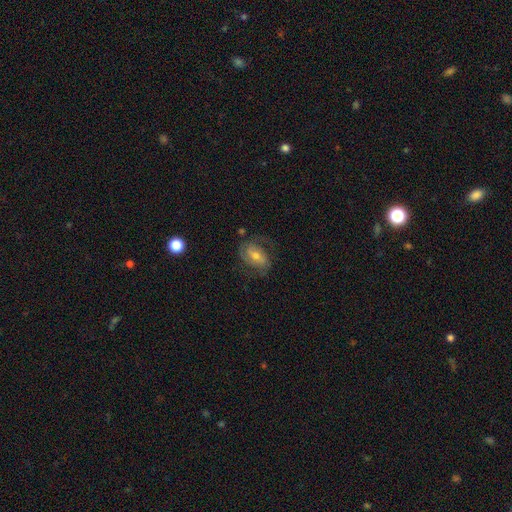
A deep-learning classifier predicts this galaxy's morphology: smooth-or-featured: featured or disk: 72% | smooth: 20% | star or artifact: 9%
  disk-edge-on: no: 96% | yes: 4%
    bar: weak: 41% | no: 39% | strong: 20%
    has-spiral-arms: yes: 91% | no: 9%
      spiral-winding: medium: 46% | tight: 35% | loose: 19%
      spiral-arm-count: 2: 76% | can't tell: 12% | 3: 5% | 1: 4% | 4: 2% | more than 4: 2%
    bulge-size: moderate: 55% | small: 38% | large: 4% | none: 2% | dominant: 1%
  merging: none: 69% | minor disturbance: 18% | major disturbance: 12% | merger: 2%